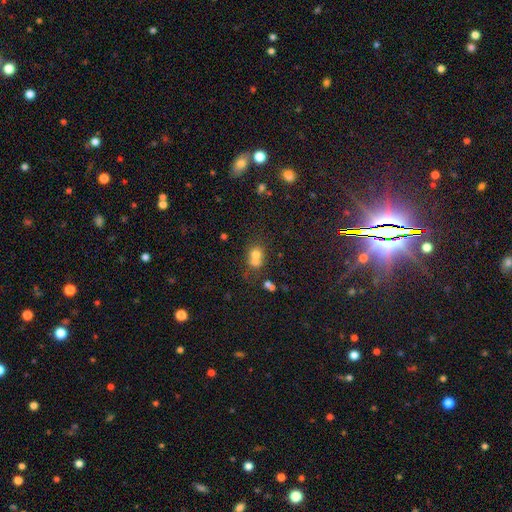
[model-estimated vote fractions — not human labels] Smooth or featured? smooth (68%)
How rounded? round (71%)
Merging? merger (56%)